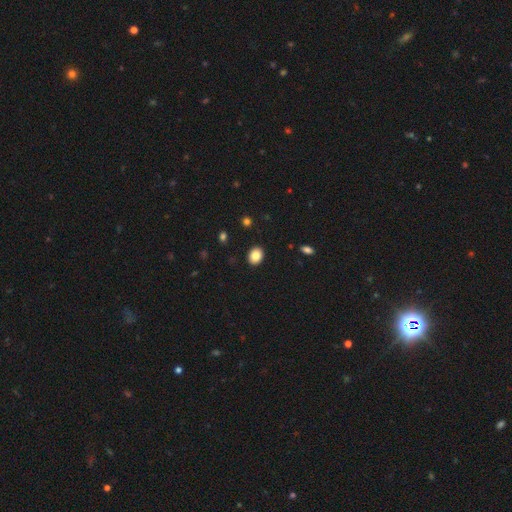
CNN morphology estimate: smooth-or-featured: smooth: 85% | star or artifact: 9% | featured or disk: 6%
  how-rounded: in between: 55% | round: 44% | cigar-shaped: 1%
  merging: none: 91% | minor disturbance: 6% | major disturbance: 2% | merger: 1%